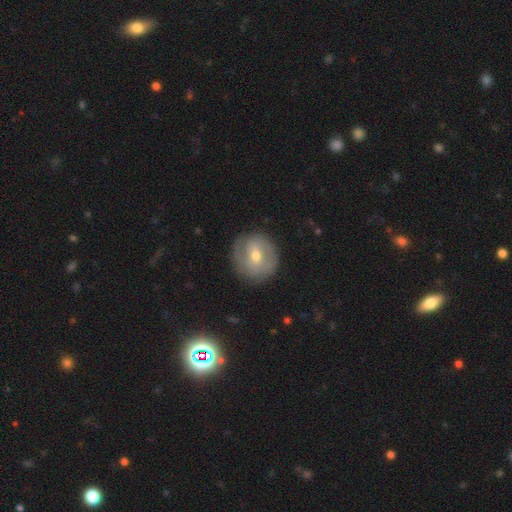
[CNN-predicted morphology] A featured or disk galaxy (65%) with a weak bar (49%), spiral arms (78%) and a moderate central bulge (59%).

Vote fractions:
- Smooth or featured? featured or disk: 65% / smooth: 27% / star or artifact: 7%
- Edge-on disk? no: 96% / yes: 4%
- Bar? weak: 49% / no: 34% / strong: 17%
- Spiral arms? yes: 78% / no: 22%
- Bulge size? moderate: 59% / small: 37% / large: 2% / none: 1% / dominant: 1%
- Merging? none: 78% / minor disturbance: 15% / major disturbance: 6% / merger: 1%